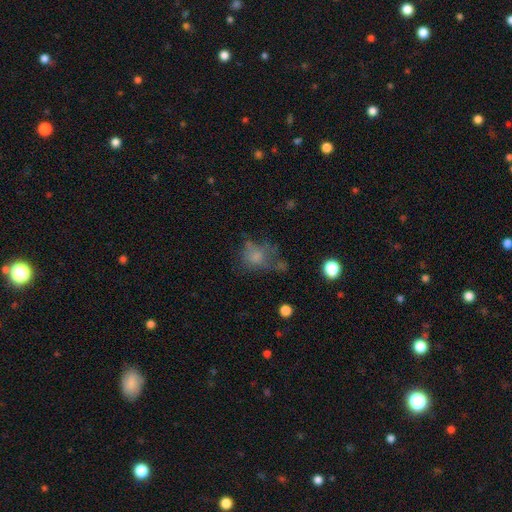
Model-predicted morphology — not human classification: This appears to be a smooth galaxy with no disk features (63%) that is round (53%). Merging: none (34%).